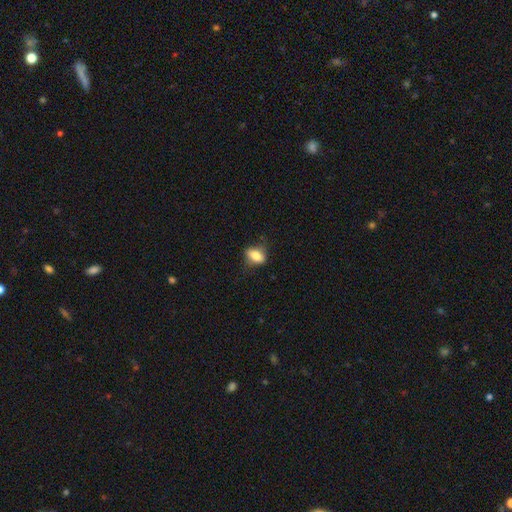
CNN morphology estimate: This appears to be a smooth galaxy with no disk features (75%) that is in between round and cigar-shaped (80%). Merging: none (71%).